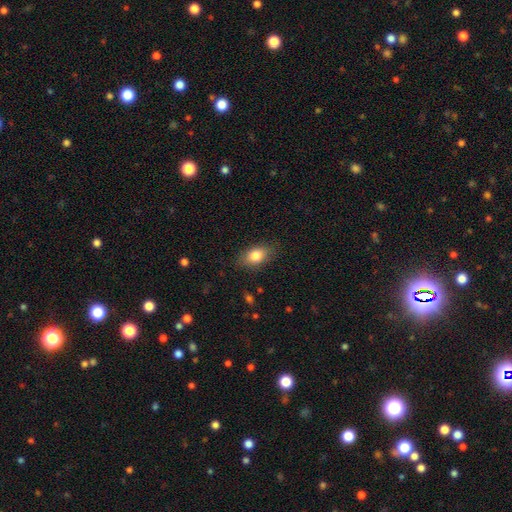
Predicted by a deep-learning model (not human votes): Smooth or featured: smooth — 82% (featured or disk — 10%)
How rounded: in between — 86% (round — 10%)
Merging: none — 83% (minor disturbance — 13%)